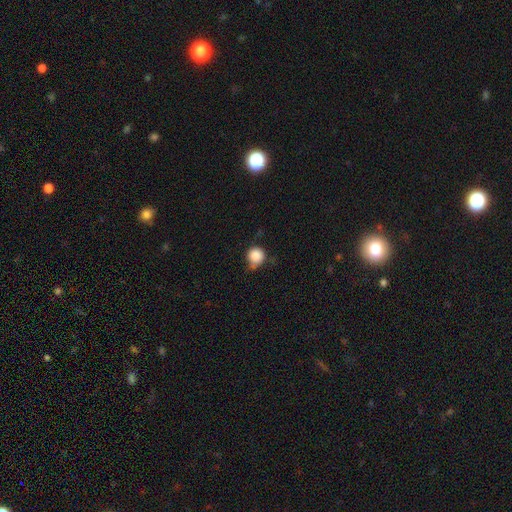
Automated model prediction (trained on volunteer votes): Morphology: type=smooth (82%); roundness=round (90%); merging=none (53%).